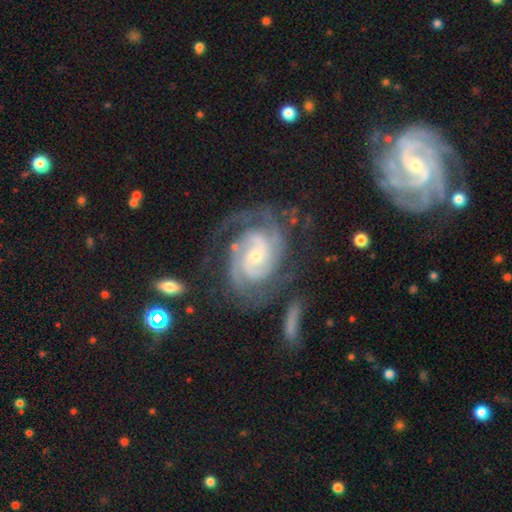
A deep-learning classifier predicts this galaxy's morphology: Smooth or featured? Predicted: featured or disk (p=0.91). Edge-on disk? Predicted: no (p=0.97). Bar? Predicted: no (p=0.52). Spiral arms? Predicted: yes (p=0.98). Spiral winding? Predicted: tight (p=0.62). Spiral arm count? Predicted: 2 (p=0.52). Bulge size? Predicted: small (p=0.67). Merging? Predicted: none (p=0.63).